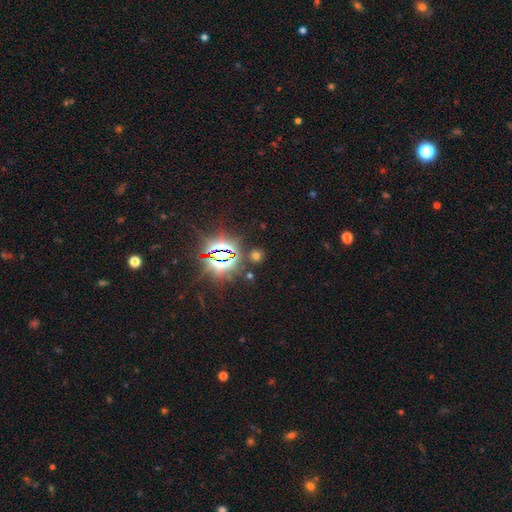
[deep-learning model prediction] Smooth or featured? star or artifact (48%)